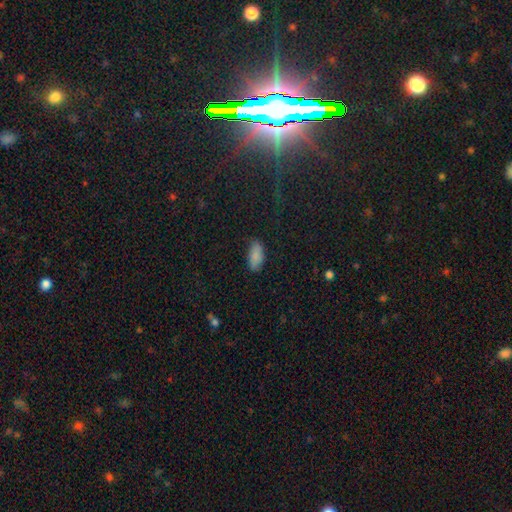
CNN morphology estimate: The model was most divided on "merging": none: 78%, minor disturbance: 17%, major disturbance: 4%, merger: 1%. More confident: how rounded — in between (90%); smooth or featured — smooth (85%).